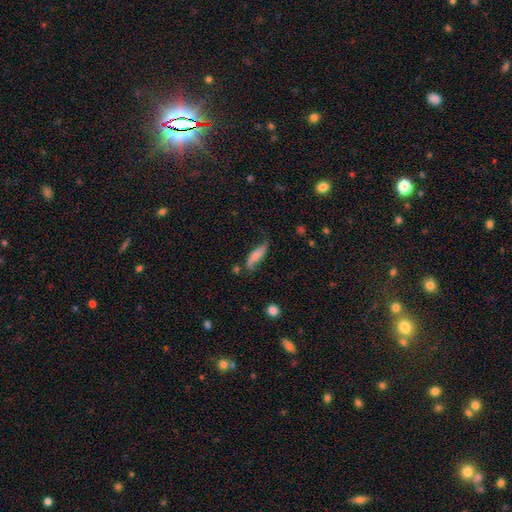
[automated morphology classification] A smooth galaxy with no disk features (59%) that is cigar-shaped (49%). Merging: none (50%).